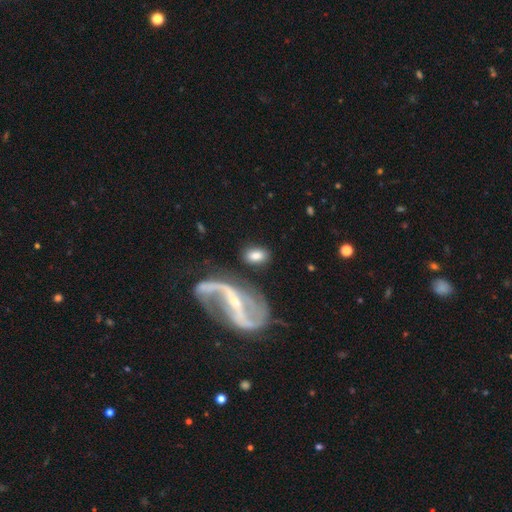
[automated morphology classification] Smooth or featured: smooth — 71% (featured or disk — 23%)
How rounded: in between — 86% (round — 12%)
Merging: none — 73% (minor disturbance — 13%)